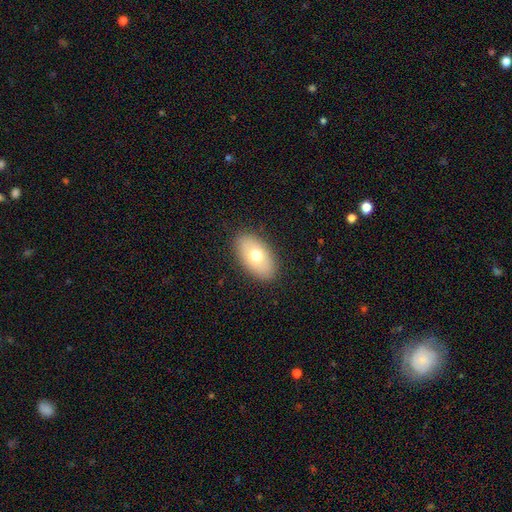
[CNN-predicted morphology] A smooth galaxy with no disk features (70%) that is in between round and cigar-shaped (93%). Merging: none (87%).